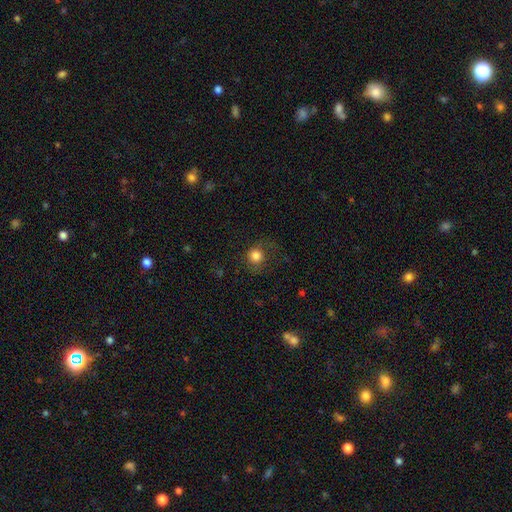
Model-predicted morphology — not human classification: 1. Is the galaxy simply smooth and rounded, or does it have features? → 81% smooth, 10% star or artifact, 9% featured or disk.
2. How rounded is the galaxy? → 89% round, 10% in between, 1% cigar-shaped.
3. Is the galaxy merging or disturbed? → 64% none, 18% minor disturbance, 16% major disturbance, 1% merger.